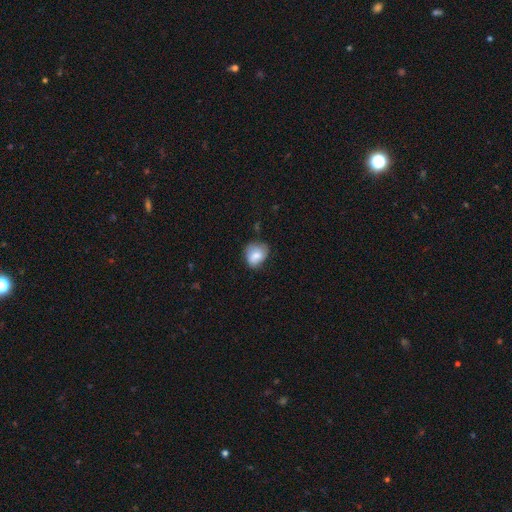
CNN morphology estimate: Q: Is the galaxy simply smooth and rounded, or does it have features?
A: smooth — 76%.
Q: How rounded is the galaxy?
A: round — 55%.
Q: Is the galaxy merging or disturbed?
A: none — 53%.